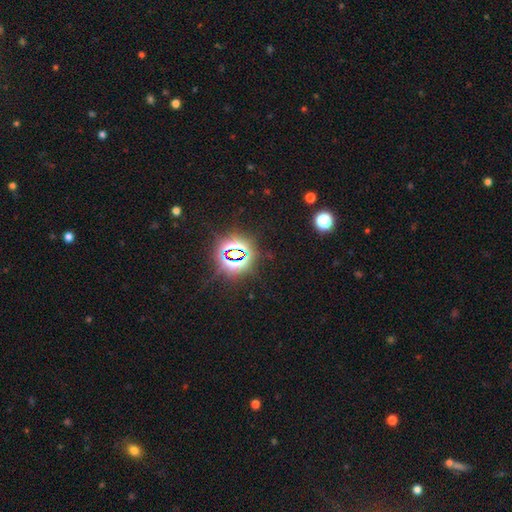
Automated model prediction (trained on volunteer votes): The model was most divided on "smooth or featured": star or artifact: 82%, smooth: 12%, featured or disk: 6%.